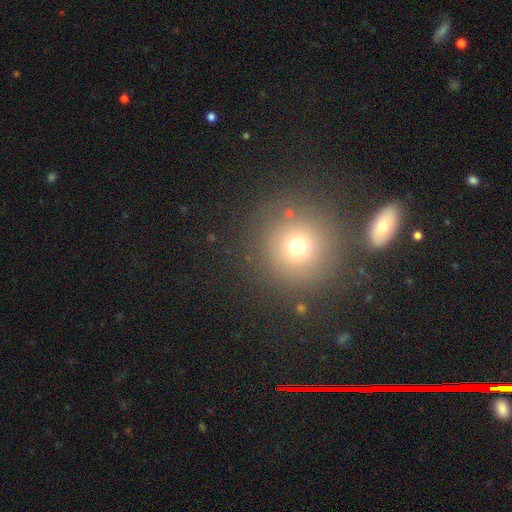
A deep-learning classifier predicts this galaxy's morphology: A smooth galaxy with no disk features (54%) that is round (91%). Merging: none (82%).